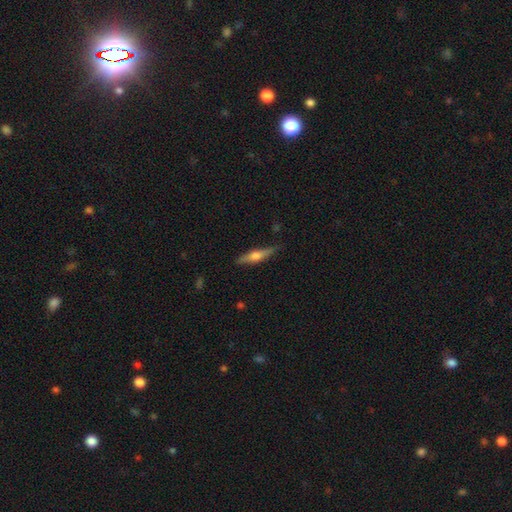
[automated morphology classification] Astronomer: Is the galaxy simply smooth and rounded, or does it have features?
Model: featured or disk — 54% (runner-up: smooth, 40%).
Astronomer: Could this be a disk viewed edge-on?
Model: yes — 95%.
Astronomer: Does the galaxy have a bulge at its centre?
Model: rounded — 90%.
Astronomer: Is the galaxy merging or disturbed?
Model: none — 85%.